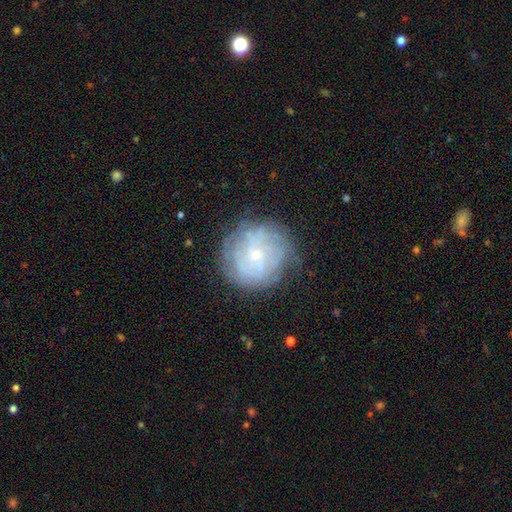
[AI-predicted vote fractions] This is likely a featured or disk galaxy (61%). It is clearly not viewed edge-on (97%). Bar: likely no (75%). Spiral arm pattern: likely yes (65%). Central bulge: clearly small (81%). Merging: likely none (73%).